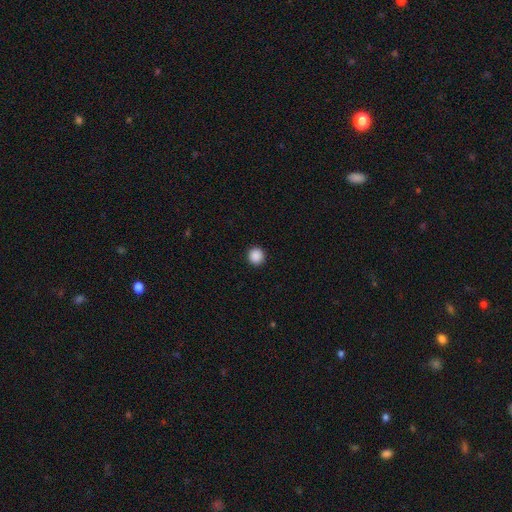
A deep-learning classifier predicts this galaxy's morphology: smooth 89%, star or artifact 9%, featured or disk 2%. Down the decision tree: how rounded — round (94%); merging — none (93%).